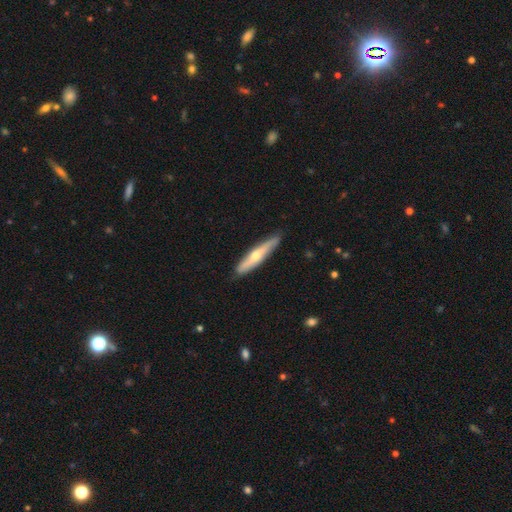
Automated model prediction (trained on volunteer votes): Q: Smooth or featured?
A: featured or disk (52%); runner-up: smooth (41%)
Q: Edge-on disk?
A: yes (86%); runner-up: no (14%)
Q: Merging?
A: none (87%); runner-up: minor disturbance (10%)